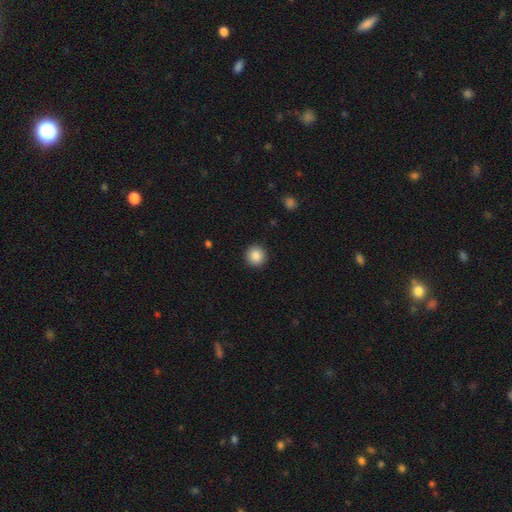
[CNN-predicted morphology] type=smooth (87%); roundness=round (94%); merging=none (92%).